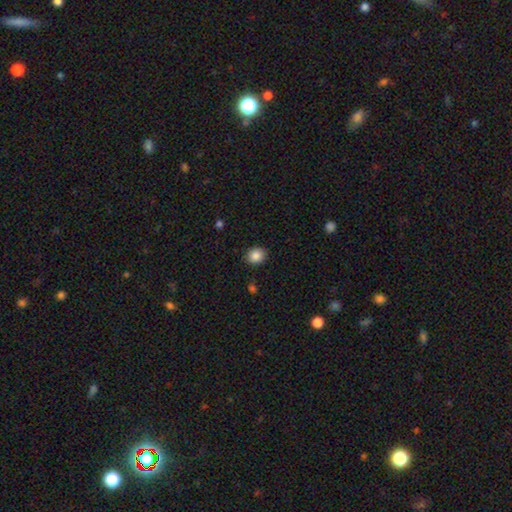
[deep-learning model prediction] This appears to be a smooth galaxy with no disk features (87%) that is round (66%). Merging: none (89%).